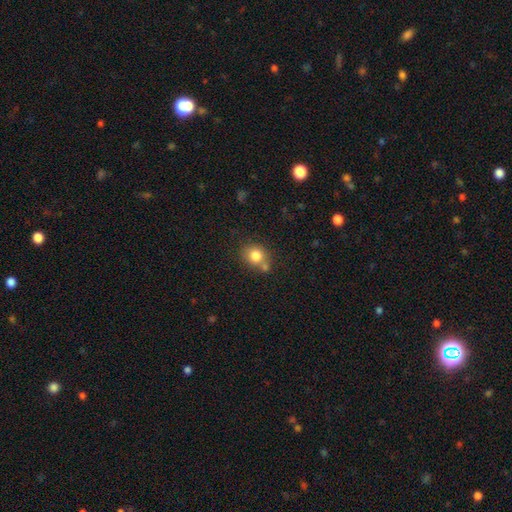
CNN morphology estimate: This is clearly a smooth galaxy (81%). How rounded: likely round (77%). Merging: possibly none (58%).